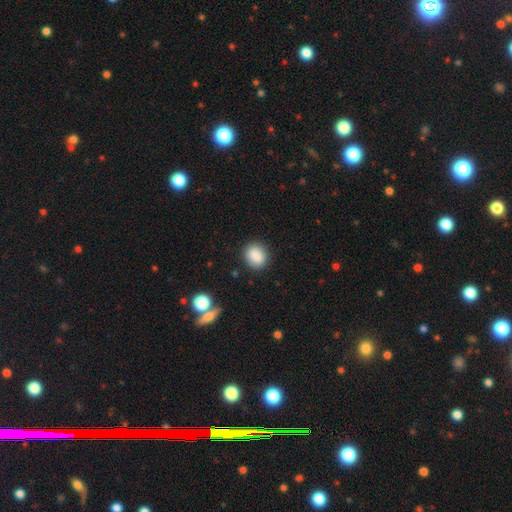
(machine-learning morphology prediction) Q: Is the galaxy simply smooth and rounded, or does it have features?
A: smooth — 87%.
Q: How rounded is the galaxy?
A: round — 62%.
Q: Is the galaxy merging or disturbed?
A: none — 87%.